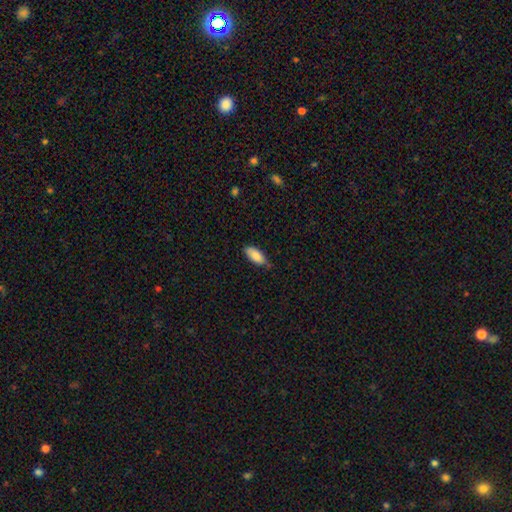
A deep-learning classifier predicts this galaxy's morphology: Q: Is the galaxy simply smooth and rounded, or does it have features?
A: smooth — 86%.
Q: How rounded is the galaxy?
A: in between — 87%.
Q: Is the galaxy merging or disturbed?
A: none — 66%.